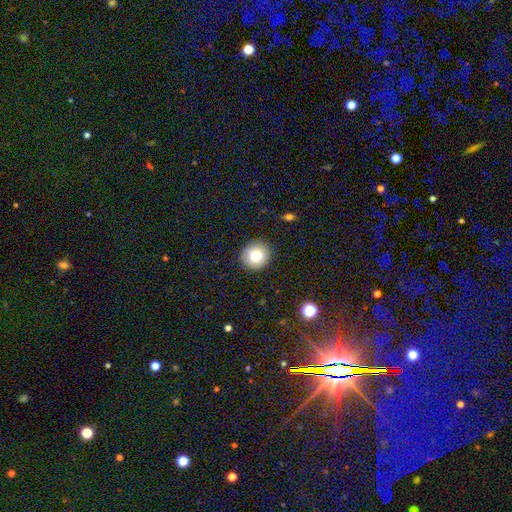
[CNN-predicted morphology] type=smooth (83%); roundness=round (92%); merging=none (90%).